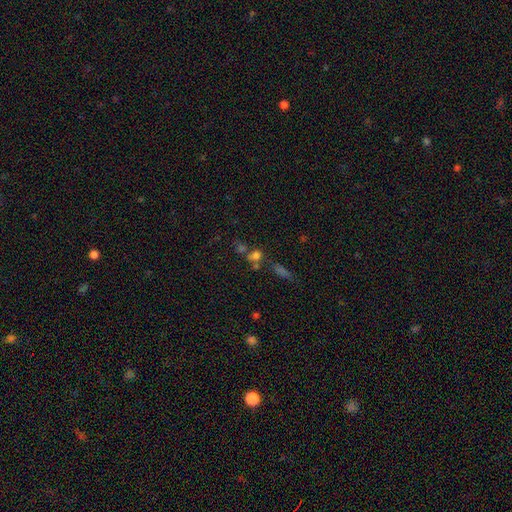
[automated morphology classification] This is likely a smooth galaxy (62%). How rounded: likely round (70%). Merging: marginally none (42%).